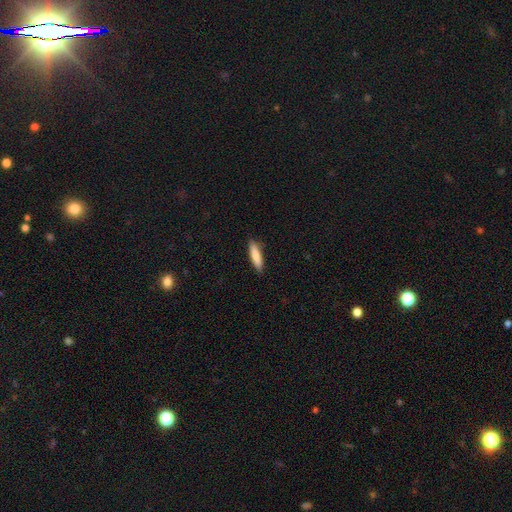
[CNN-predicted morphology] The model was most divided on "how rounded": cigar-shaped: 78%, in between: 21%, round: 1%. More confident: merging — none (89%); smooth or featured — smooth (82%).